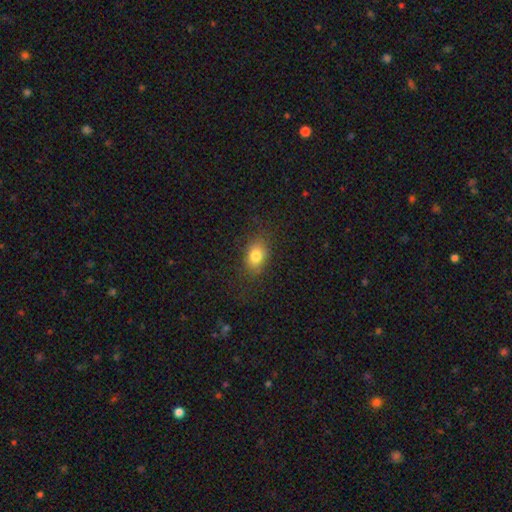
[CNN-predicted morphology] This is likely a smooth galaxy (80%). How rounded: likely in between (73%). Merging: likely none (79%).